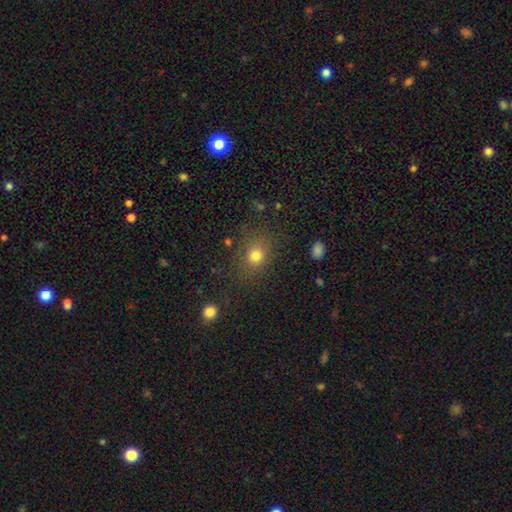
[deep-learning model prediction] This is likely a smooth galaxy (77%). How rounded: likely round (70%). Merging: likely none (79%).